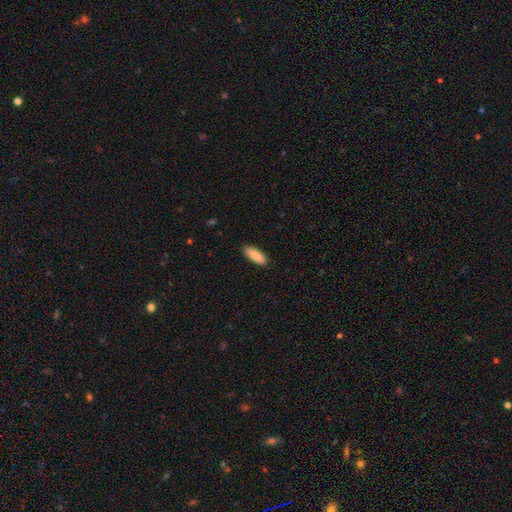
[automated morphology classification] The model was most divided on "how rounded": in between: 70%, cigar-shaped: 29%, round: 2%. More confident: merging — none (89%); smooth or featured — smooth (87%).